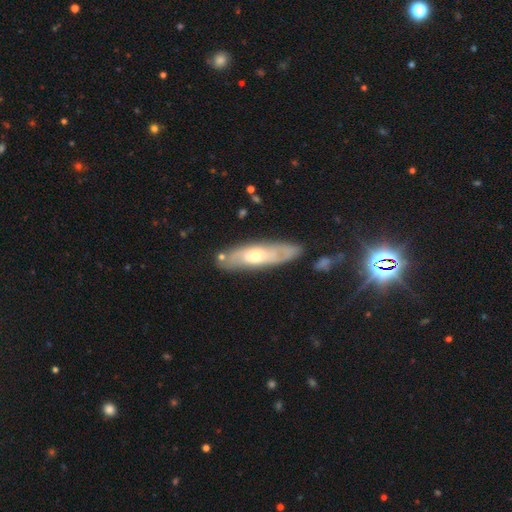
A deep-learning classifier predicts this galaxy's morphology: smooth_or_featured: featured or disk (p=0.67) [alt: smooth p=0.26]
disk_edge_on: no (p=0.69) [alt: yes p=0.31]
merging: none (p=0.76) [alt: minor disturbance p=0.16]